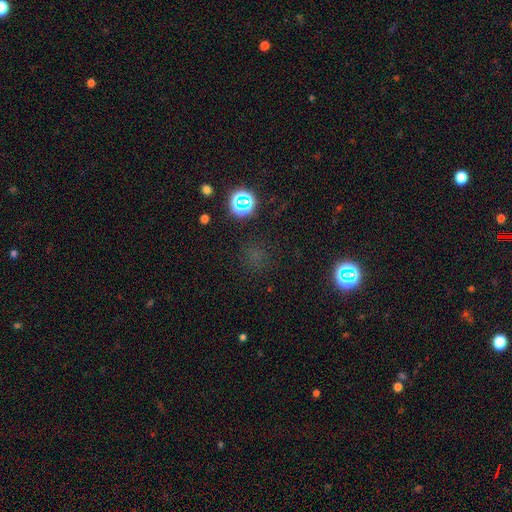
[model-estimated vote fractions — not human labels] The model was most divided on "smooth or featured": star or artifact: 49%, smooth: 44%, featured or disk: 7%.